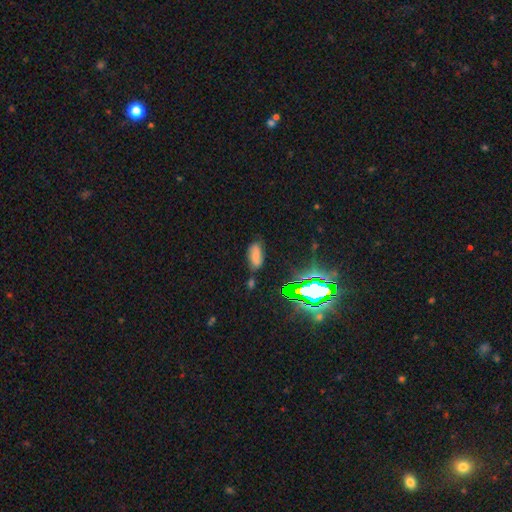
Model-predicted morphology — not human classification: type=smooth (62%); roundness=in between (89%); merging=none (65%).